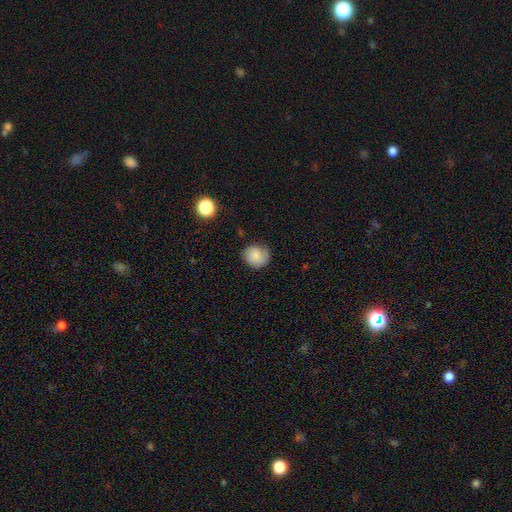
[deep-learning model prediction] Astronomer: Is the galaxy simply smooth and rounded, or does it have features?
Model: smooth — 76%.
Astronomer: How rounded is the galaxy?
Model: round — 79%.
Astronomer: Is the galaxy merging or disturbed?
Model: none — 72%.